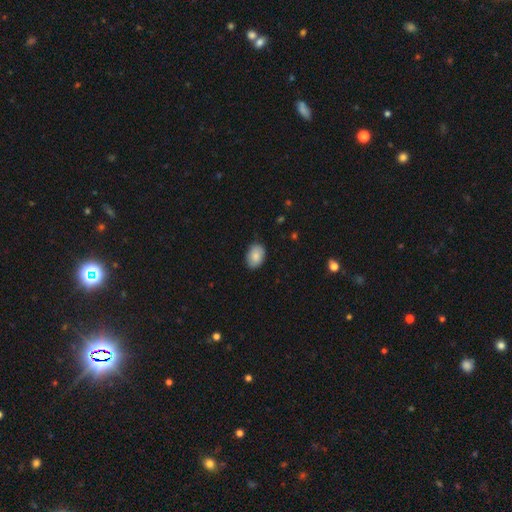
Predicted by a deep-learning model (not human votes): Morphology: type=smooth (85%); roundness=in between (84%); merging=none (85%).